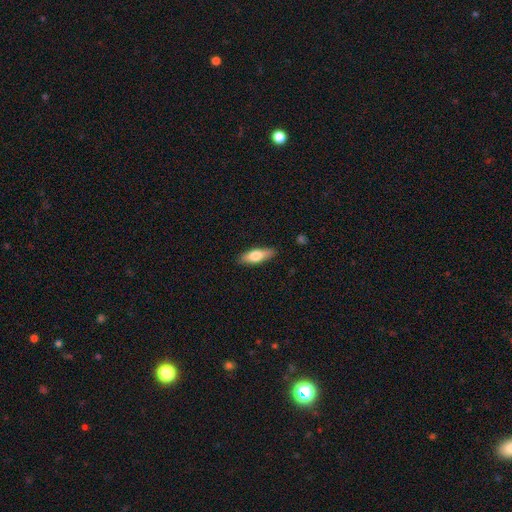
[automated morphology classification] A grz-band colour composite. It shows a smooth galaxy with no disk features (68%) that is in between round and cigar-shaped (59%). Merging: none (86%).